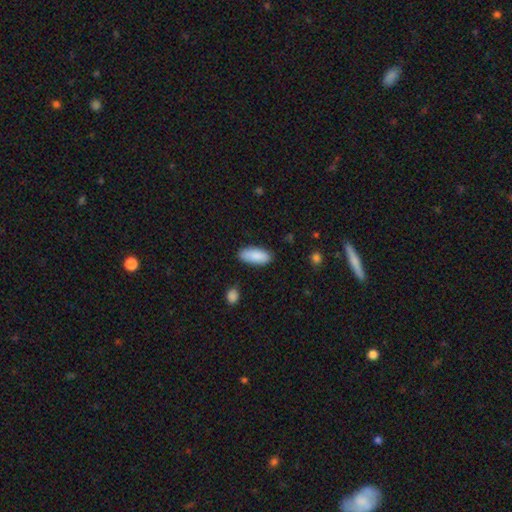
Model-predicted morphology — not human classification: smooth_or_featured: smooth (p=0.89) [alt: star or artifact p=0.06]
how_rounded: in between (p=0.85) [alt: cigar-shaped p=0.13]
merging: none (p=0.85) [alt: minor disturbance p=0.11]